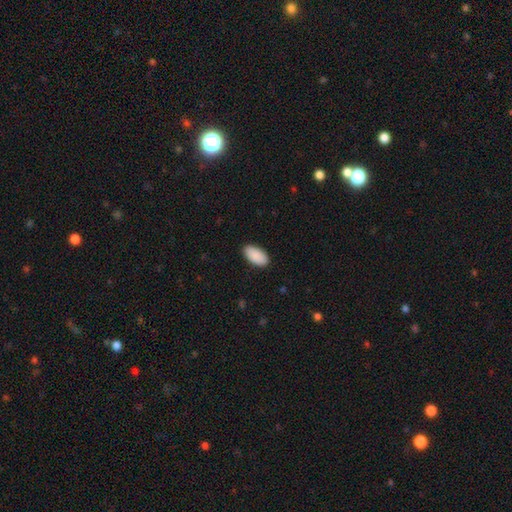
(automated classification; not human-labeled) This is clearly a smooth galaxy (91%). How rounded: clearly in between (96%). Merging: clearly none (90%).